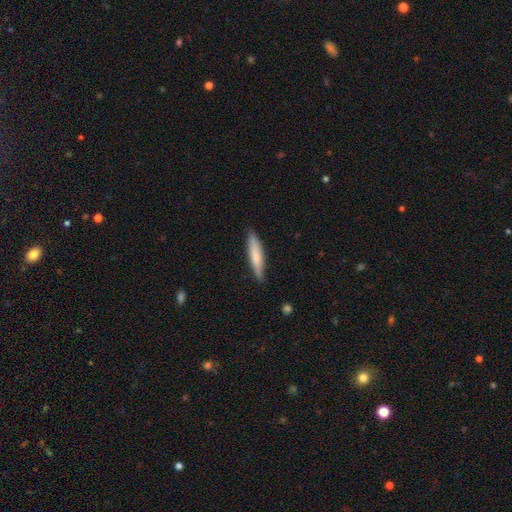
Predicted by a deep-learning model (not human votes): The model was most divided on "smooth or featured": smooth: 70%, featured or disk: 25%, star or artifact: 5%. More confident: how rounded — cigar-shaped (85%); merging — none (83%).